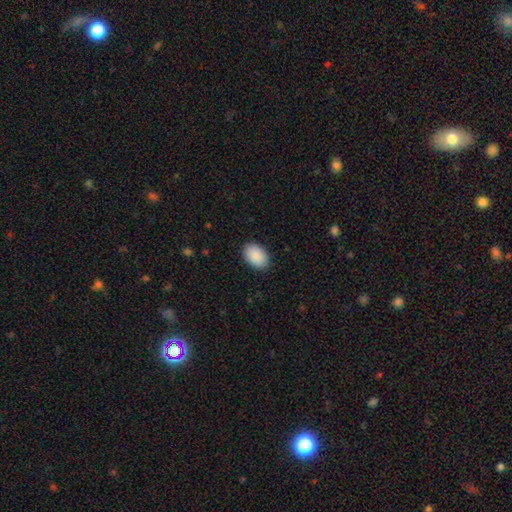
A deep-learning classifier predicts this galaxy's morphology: Smooth or featured?
  - smooth: 91% *
  - star or artifact: 6%
  - featured or disk: 3%
How rounded?
  - in between: 90% *
  - round: 9%
  - cigar-shaped: 1%
Merging?
  - none: 89% *
  - minor disturbance: 8%
  - major disturbance: 2%
  - merger: 1%